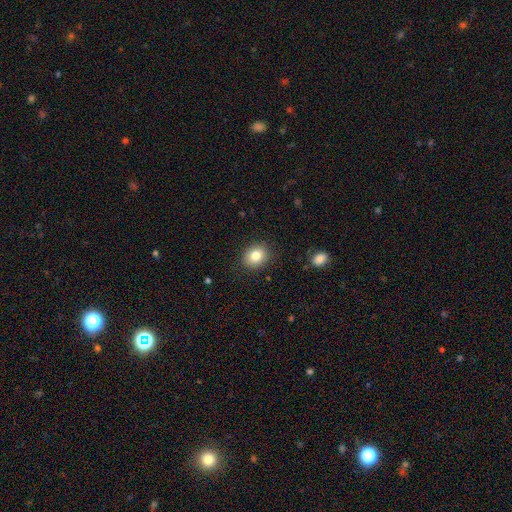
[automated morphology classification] smooth_or_featured: smooth (p=0.82) [alt: star or artifact p=0.10]
how_rounded: round (p=0.58) [alt: in between p=0.41]
merging: none (p=0.88) [alt: minor disturbance p=0.08]